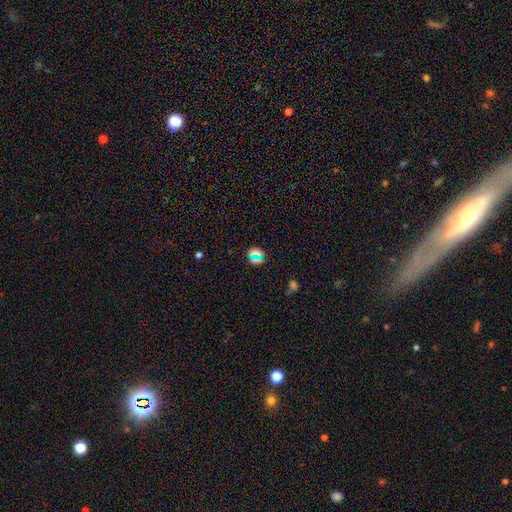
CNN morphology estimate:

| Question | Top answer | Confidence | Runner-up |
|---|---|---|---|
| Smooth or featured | smooth | 51% | star or artifact (40%) |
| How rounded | round | 66% | in between (29%) |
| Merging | none | 76% | minor disturbance (11%) |